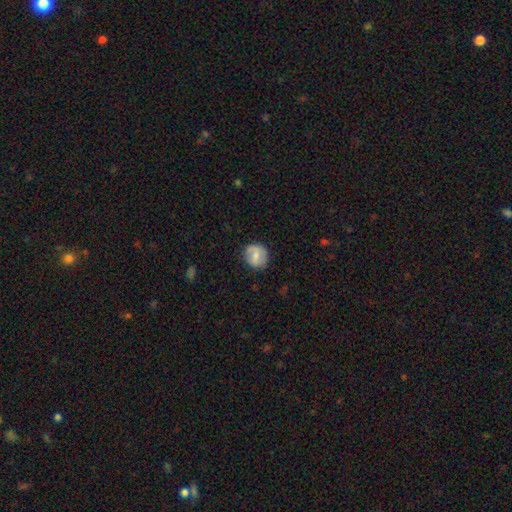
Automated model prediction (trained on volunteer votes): smooth 65%, featured or disk 28%, star or artifact 7%. Down the decision tree: how rounded — round (82%); merging — none (77%).